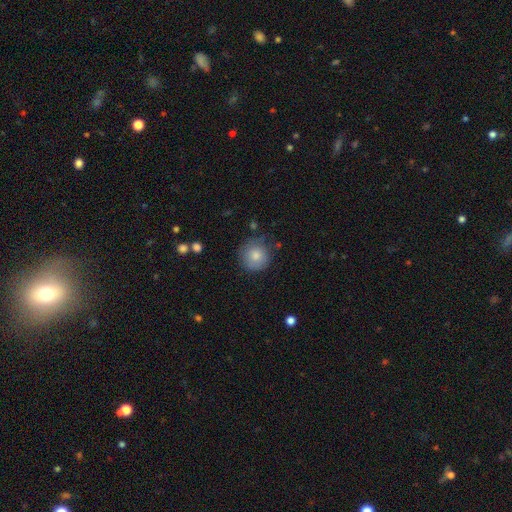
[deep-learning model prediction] Q: Smooth or featured?
A: smooth (81%); runner-up: featured or disk (11%)
Q: How rounded?
A: round (93%); runner-up: in between (6%)
Q: Merging?
A: none (75%); runner-up: minor disturbance (18%)